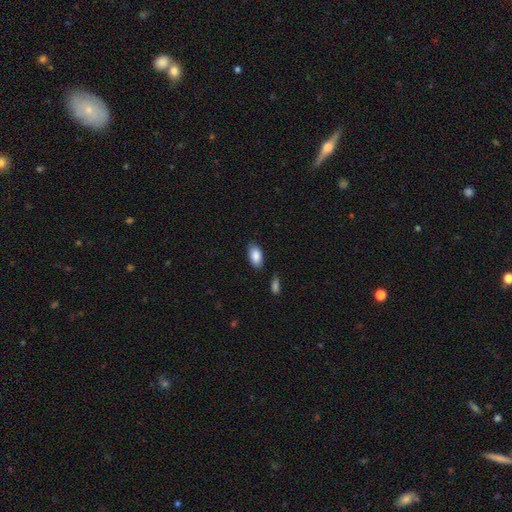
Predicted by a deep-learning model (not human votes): Smooth or featured?
  - smooth: 87% *
  - star or artifact: 7%
  - featured or disk: 6%
How rounded?
  - in between: 94% *
  - cigar-shaped: 3%
  - round: 3%
Merging?
  - none: 81% *
  - minor disturbance: 13%
  - merger: 3%
  - major disturbance: 3%